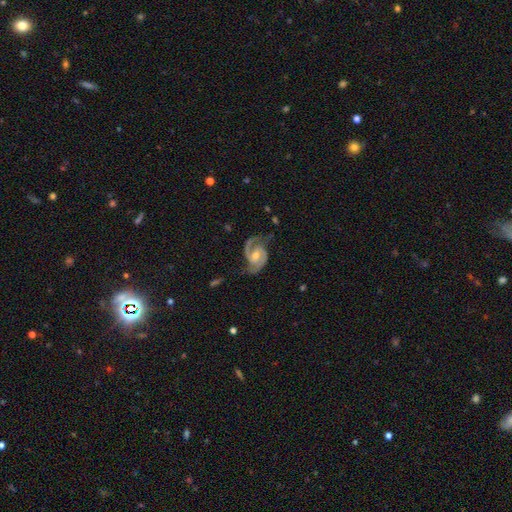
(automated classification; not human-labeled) This appears to be a featured or disk galaxy (92%) with no bar (47%), 2 (93%) medium (59%) spiral arms (98%) and a moderate central bulge (62%). Merging: none (74%).